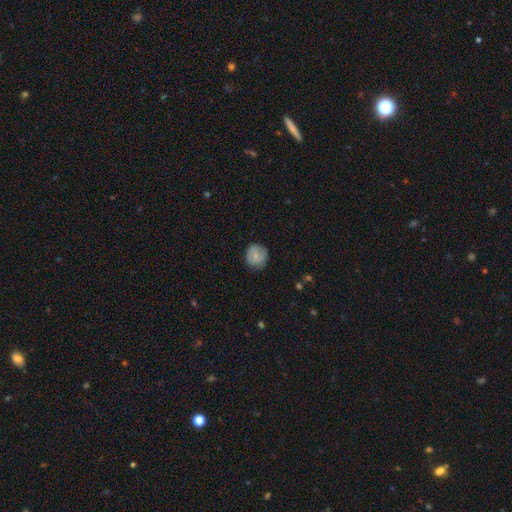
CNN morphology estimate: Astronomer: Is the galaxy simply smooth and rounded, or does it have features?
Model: smooth — 73%.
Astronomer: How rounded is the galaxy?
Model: round — 89%.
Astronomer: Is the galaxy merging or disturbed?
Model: none — 78%.